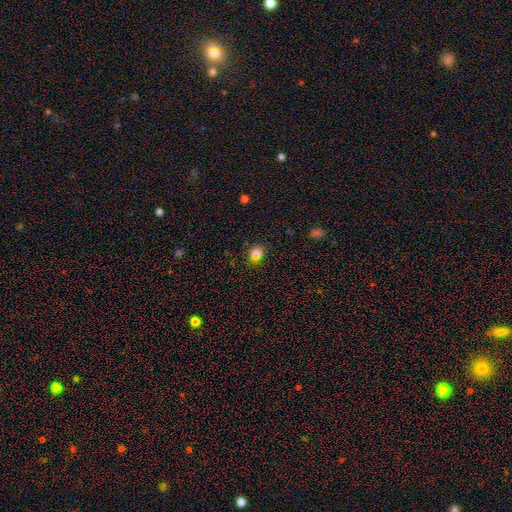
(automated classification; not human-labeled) A smooth galaxy with no disk features (82%) that is round (81%). Merging: none (87%).